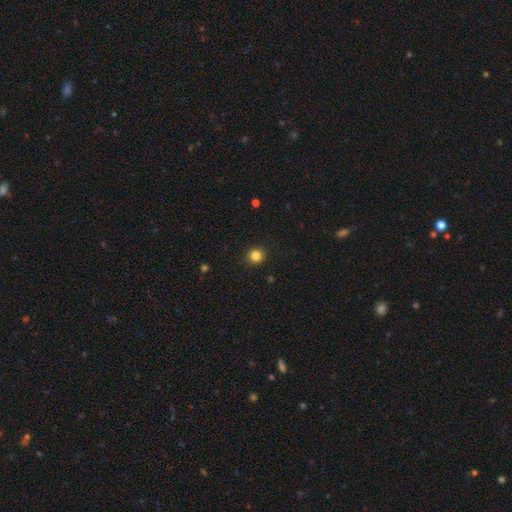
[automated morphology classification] This is clearly a smooth galaxy (83%). How rounded: clearly round (92%). Merging: clearly none (92%).